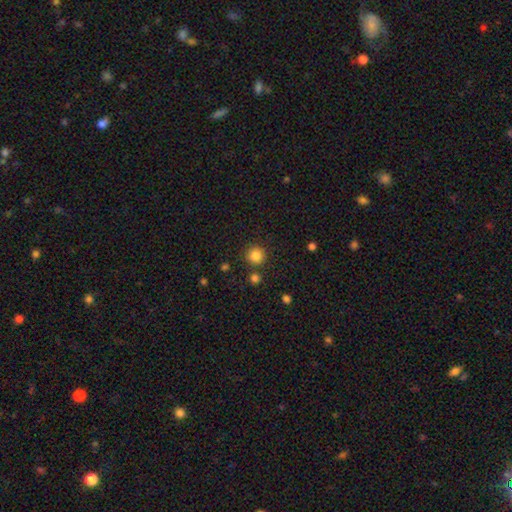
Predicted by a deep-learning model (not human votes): smooth-or-featured: smooth: 84% | star or artifact: 12% | featured or disk: 4%
  how-rounded: round: 94% | in between: 5% | cigar-shaped: 1%
  merging: none: 85% | minor disturbance: 7% | merger: 5% | major disturbance: 2%